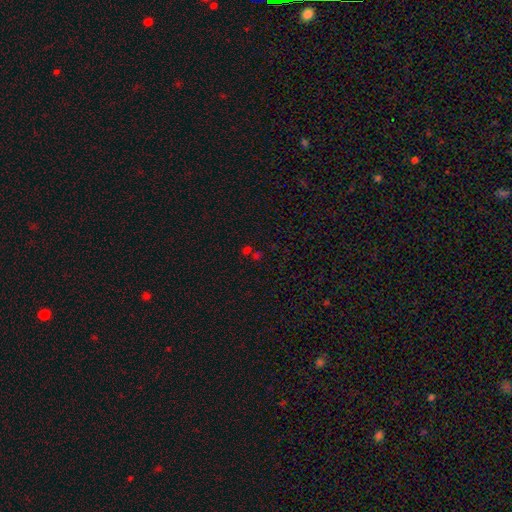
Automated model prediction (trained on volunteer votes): This is possibly a star or artifact rather than a galaxy (47%).